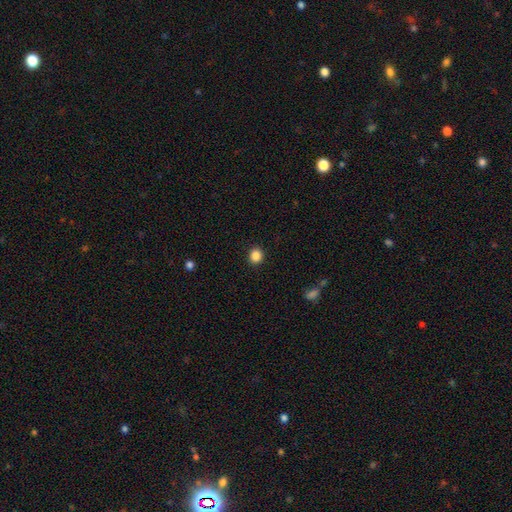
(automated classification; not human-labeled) Smooth or featured? Predicted: smooth (p=0.87). How rounded? Predicted: round (p=0.80). Merging? Predicted: none (p=0.92).